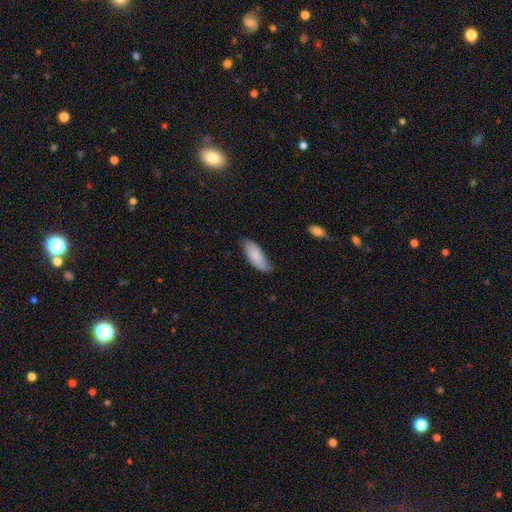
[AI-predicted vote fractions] Smooth or featured? Predicted: smooth (p=0.83). How rounded? Predicted: in between (p=0.74). Merging? Predicted: none (p=0.73).